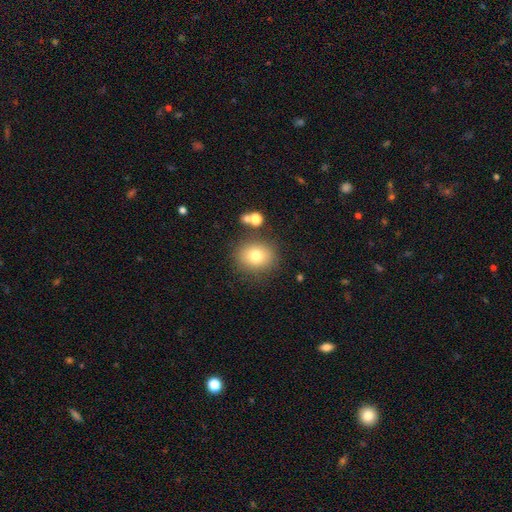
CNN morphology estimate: The model was most divided on "how rounded": round: 72%, in between: 27%, cigar-shaped: 1%. More confident: merging — none (80%); smooth or featured — smooth (76%).